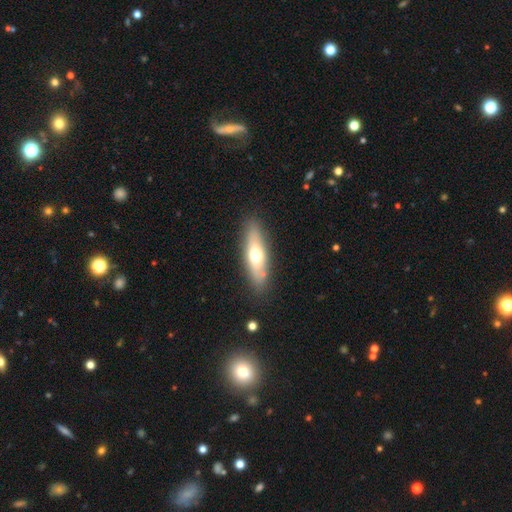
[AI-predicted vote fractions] smooth_or_featured: smooth (p=0.58) [alt: featured or disk p=0.36]
how_rounded: cigar-shaped (p=0.59) [alt: in between p=0.38]
merging: none (p=0.85) [alt: minor disturbance p=0.10]